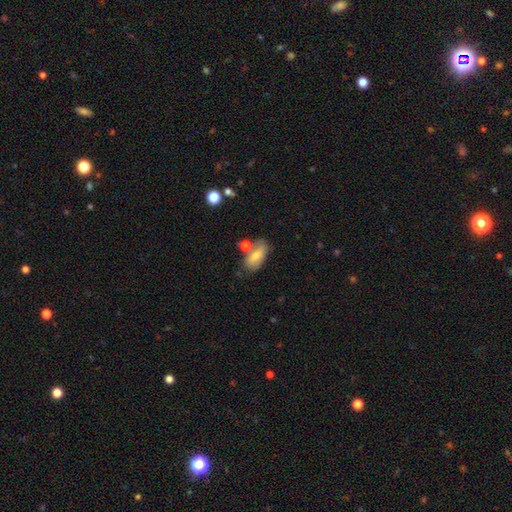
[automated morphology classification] Smooth or featured? Predicted: smooth (p=0.70). How rounded? Predicted: in between (p=0.87). Merging? Predicted: none (p=0.58).